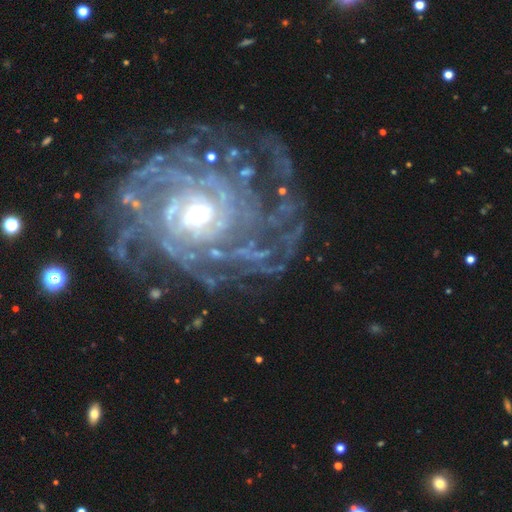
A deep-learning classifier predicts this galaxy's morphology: Smooth or featured: featured or disk — 90% (star or artifact — 6%)
Edge-on disk: no — 97% (yes — 3%)
Bar: no — 66% (weak — 24%)
Spiral arms: yes — 97% (no — 3%)
Spiral winding: tight — 74% (medium — 21%)
Spiral arm count: more than 4 — 33% (can't tell — 24%)
Bulge size: small — 51% (moderate — 41%)
Merging: none — 69% (minor disturbance — 15%)